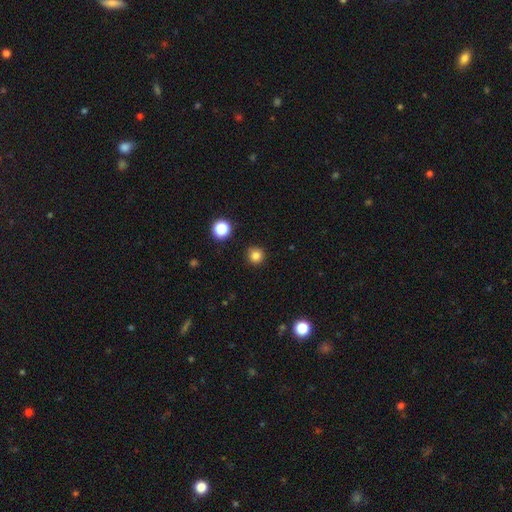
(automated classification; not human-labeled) This is clearly a smooth galaxy (83%). How rounded: clearly round (94%). Merging: clearly none (92%).